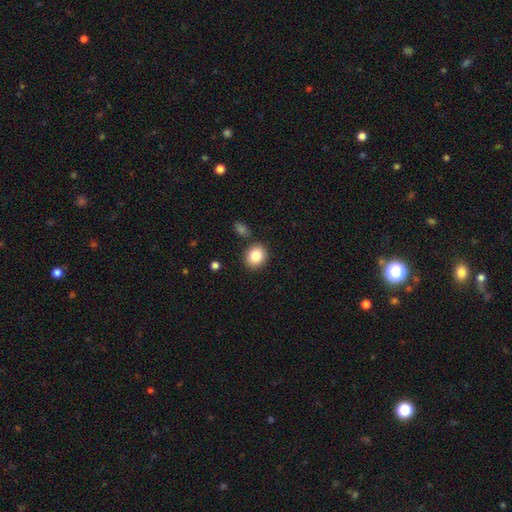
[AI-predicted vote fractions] This appears to be a smooth galaxy with no disk features (85%) that is round (68%). Merging: none (83%).